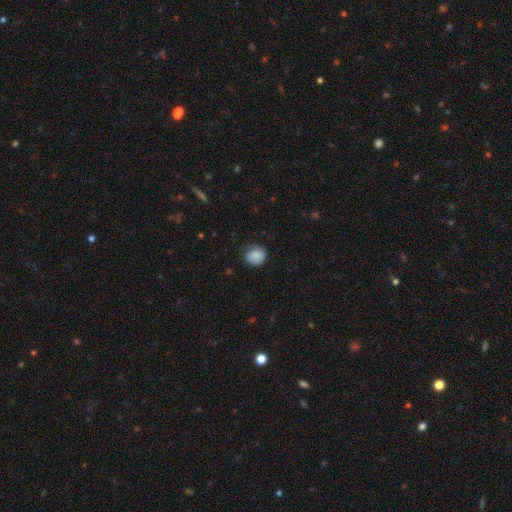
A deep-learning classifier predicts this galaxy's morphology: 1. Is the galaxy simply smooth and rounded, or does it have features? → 79% smooth, 13% featured or disk, 8% star or artifact.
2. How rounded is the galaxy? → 72% round, 27% in between, 1% cigar-shaped.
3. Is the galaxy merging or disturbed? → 67% none, 25% minor disturbance, 7% major disturbance, 1% merger.